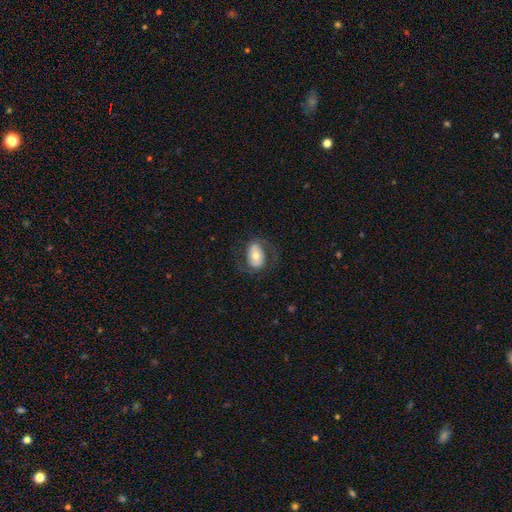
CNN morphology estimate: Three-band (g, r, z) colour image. It shows a smooth galaxy with no disk features (47%). Merging: none (69%).